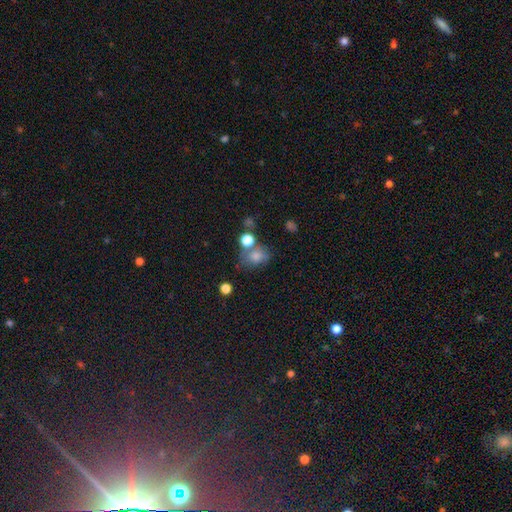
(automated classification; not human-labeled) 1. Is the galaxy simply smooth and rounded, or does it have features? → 74% smooth, 14% star or artifact, 12% featured or disk.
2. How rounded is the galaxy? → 50% in between, 49% round, 1% cigar-shaped.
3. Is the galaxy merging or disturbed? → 48% none, 21% merger, 20% minor disturbance, 11% major disturbance.